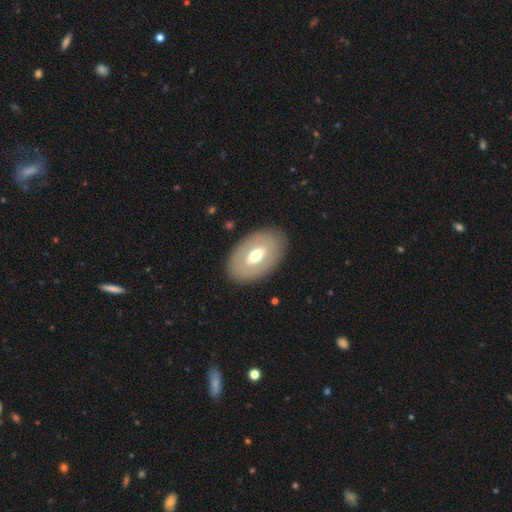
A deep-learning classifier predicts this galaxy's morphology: smooth-or-featured: smooth: 54% | featured or disk: 40% | star or artifact: 6%
  how-rounded: in between: 89% | round: 10% | cigar-shaped: 1%
  merging: none: 86% | minor disturbance: 9% | major disturbance: 4% | merger: 1%